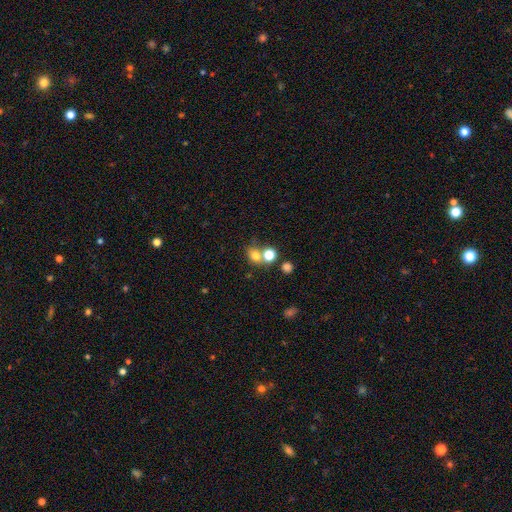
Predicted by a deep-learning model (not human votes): This appears to be a smooth galaxy with no disk features (75%) that is round (60%). Merging: none (48%).